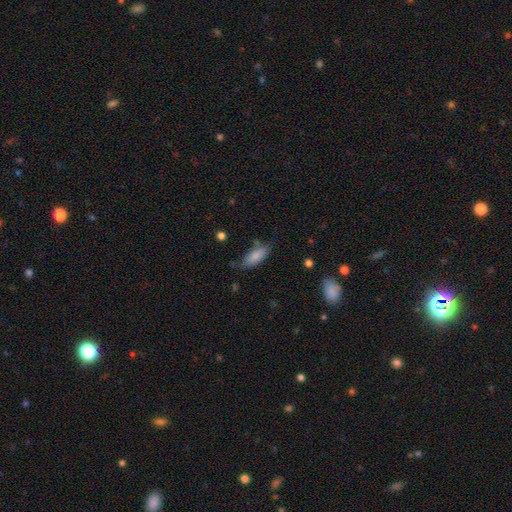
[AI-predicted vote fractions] Overall: smooth (85%). How rounded: in between (77%). Merging: none (70%).